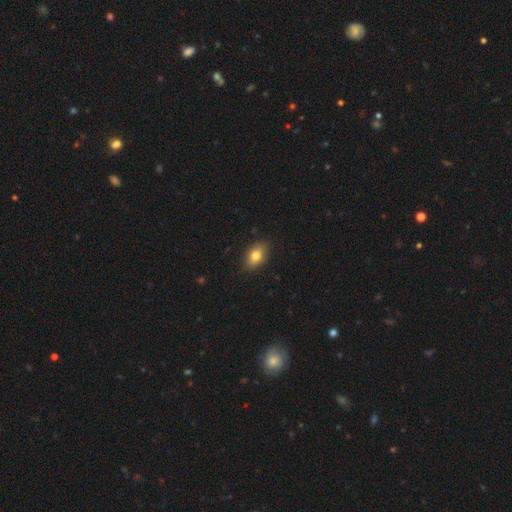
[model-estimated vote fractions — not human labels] smooth-or-featured: smooth: 80% | featured or disk: 11% | star or artifact: 9%
  how-rounded: in between: 84% | round: 14% | cigar-shaped: 2%
  merging: none: 85% | minor disturbance: 12% | major disturbance: 2% | merger: 1%